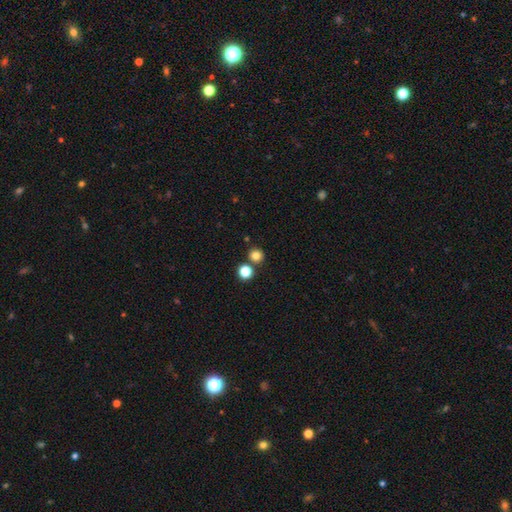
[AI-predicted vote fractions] A smooth galaxy with no disk features (80%) that is round (91%). Merging: none (79%).